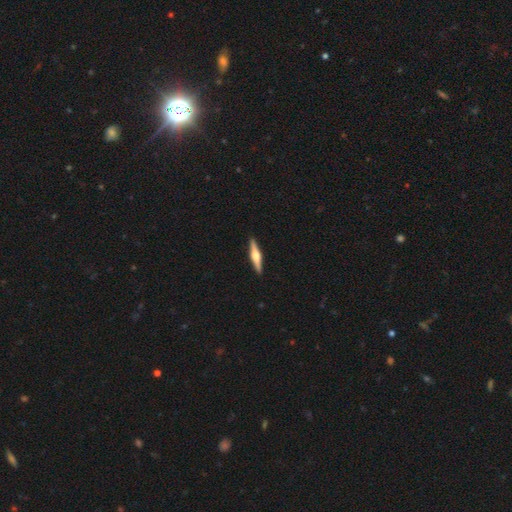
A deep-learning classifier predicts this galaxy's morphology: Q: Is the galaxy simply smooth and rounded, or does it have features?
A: featured or disk — 70%.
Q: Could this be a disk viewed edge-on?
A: yes — 98%.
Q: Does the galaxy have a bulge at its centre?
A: rounded — 91%.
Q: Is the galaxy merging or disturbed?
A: none — 92%.